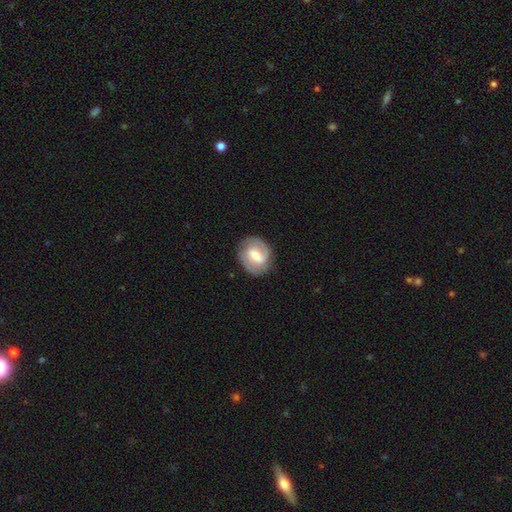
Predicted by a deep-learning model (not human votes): Smooth or featured: featured or disk — 71% (smooth — 23%)
Edge-on disk: no — 97% (yes — 3%)
Bar: weak — 46% (strong — 41%)
Spiral arms: yes — 88% (no — 12%)
Spiral winding: tight — 45% (medium — 41%)
Spiral arm count: 2 — 80% (can't tell — 10%)
Bulge size: moderate — 44% (small — 27%)
Merging: none — 79% (minor disturbance — 14%)